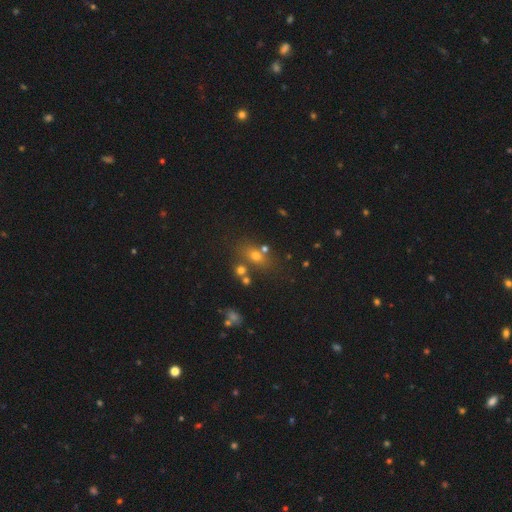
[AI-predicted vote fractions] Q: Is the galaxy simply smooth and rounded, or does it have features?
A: smooth — 58%.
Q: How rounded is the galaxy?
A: in between — 51%.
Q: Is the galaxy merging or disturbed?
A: none — 60%.